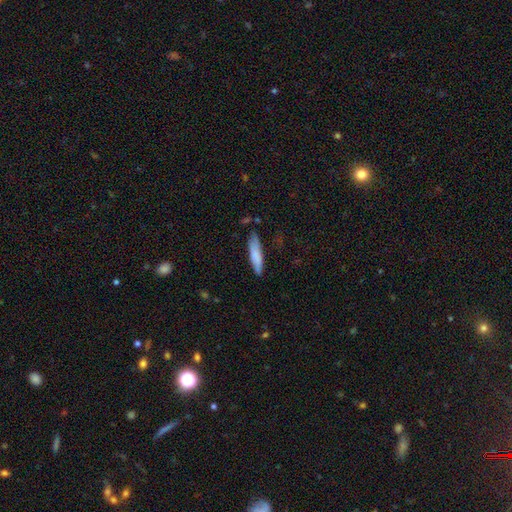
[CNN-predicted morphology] smooth 78%, featured or disk 17%, star or artifact 6%. Down the decision tree: how rounded — cigar-shaped (78%); merging — none (74%).